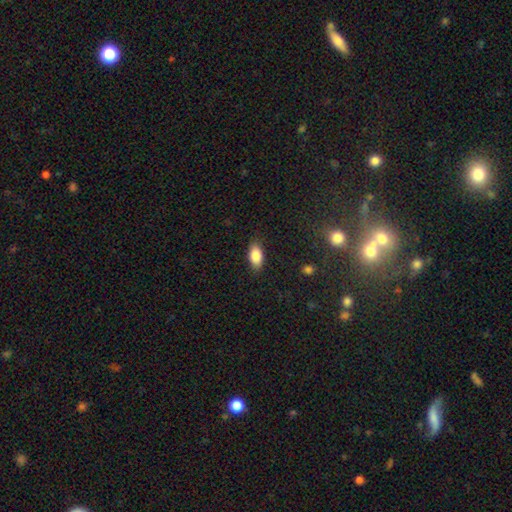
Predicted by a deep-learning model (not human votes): smooth 85%, star or artifact 7%, featured or disk 7%. Down the decision tree: how rounded — in between (91%); merging — none (85%).